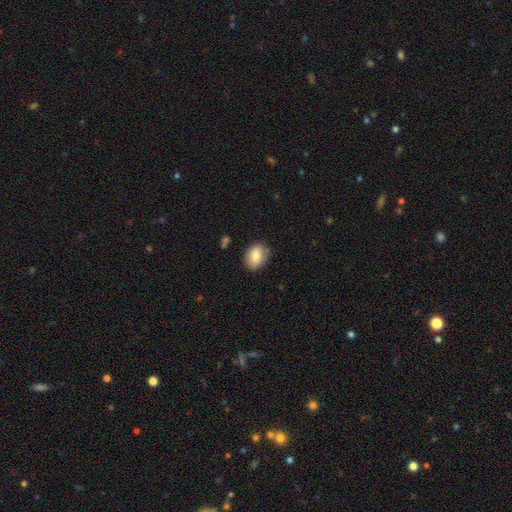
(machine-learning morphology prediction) A smooth galaxy with no disk features (84%) that is in between round and cigar-shaped (72%).

Vote fractions:
- Smooth or featured? smooth: 84% / featured or disk: 9% / star or artifact: 7%
- How rounded? in between: 72% / round: 26% / cigar-shaped: 1%
- Merging? none: 74% / minor disturbance: 20% / major disturbance: 4% / merger: 2%